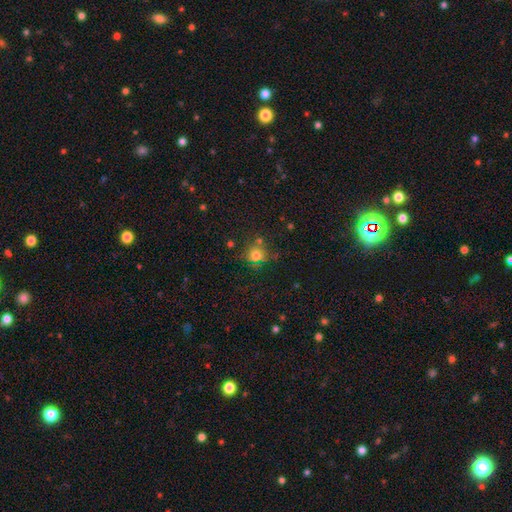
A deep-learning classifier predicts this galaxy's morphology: This appears to be a smooth galaxy with no disk features (74%) that is round (90%). Merging: none (73%).